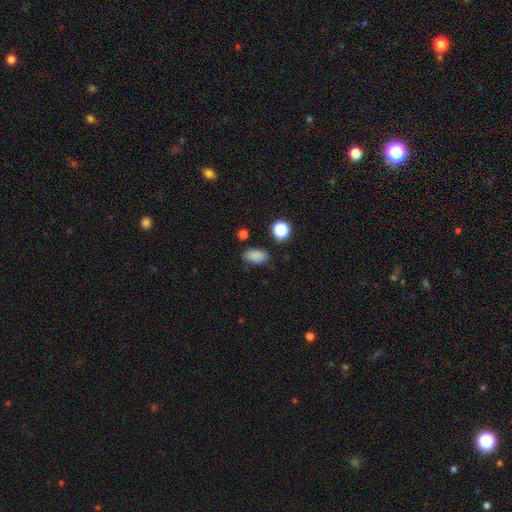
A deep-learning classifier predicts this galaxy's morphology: Smooth or featured?
  - smooth: 85% *
  - star or artifact: 11%
  - featured or disk: 4%
How rounded?
  - in between: 90% *
  - round: 8%
  - cigar-shaped: 2%
Merging?
  - none: 82% *
  - minor disturbance: 12%
  - major disturbance: 3%
  - merger: 3%